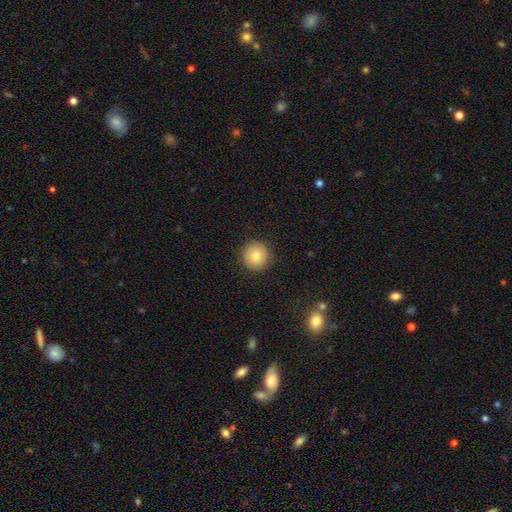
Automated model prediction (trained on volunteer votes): A smooth galaxy with no disk features (79%) that is round (95%).

Vote fractions:
- Smooth or featured? smooth: 79% / featured or disk: 12% / star or artifact: 9%
- How rounded? round: 95% / in between: 4% / cigar-shaped: 1%
- Merging? none: 90% / minor disturbance: 7% / major disturbance: 2% / merger: 1%